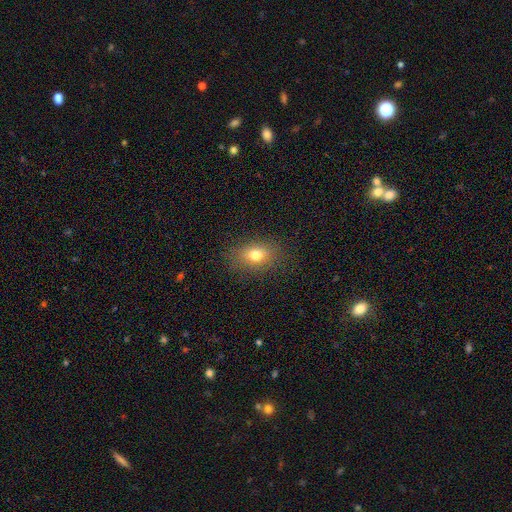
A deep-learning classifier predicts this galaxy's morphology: Overall: smooth (74%). How rounded: in between (70%). Merging: none (85%).